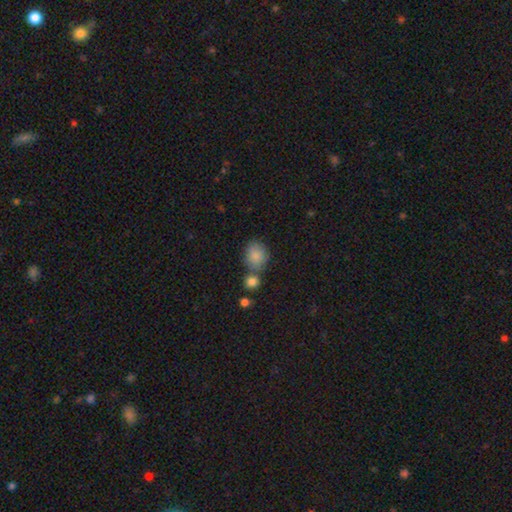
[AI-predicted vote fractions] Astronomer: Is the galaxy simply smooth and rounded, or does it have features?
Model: smooth — 86%.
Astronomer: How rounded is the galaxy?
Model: round — 53% (runner-up: in between, 45%).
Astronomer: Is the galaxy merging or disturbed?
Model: none — 57%.